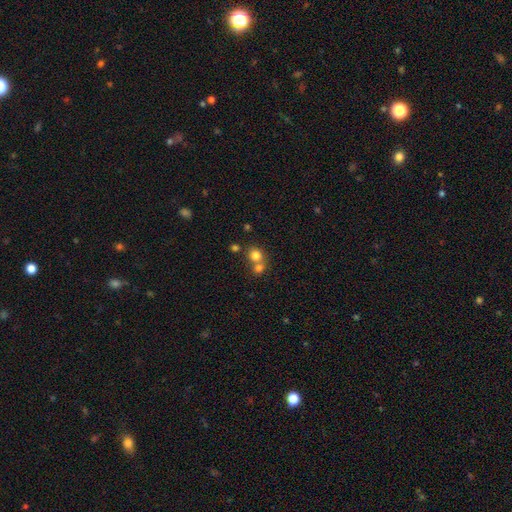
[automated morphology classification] smooth-or-featured: smooth: 78% | star or artifact: 13% | featured or disk: 9%
  how-rounded: round: 83% | in between: 16% | cigar-shaped: 1%
  merging: merger: 48% | none: 44% | minor disturbance: 6% | major disturbance: 2%